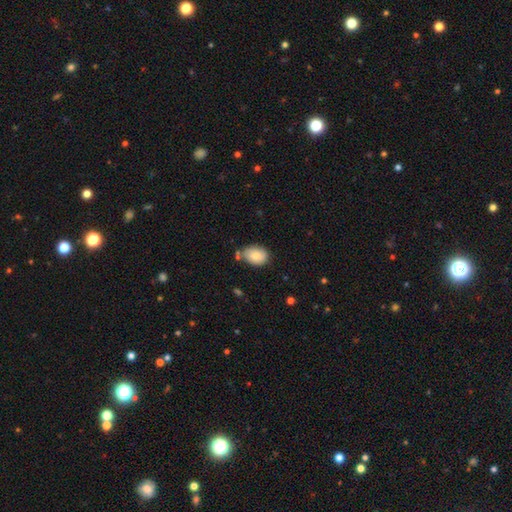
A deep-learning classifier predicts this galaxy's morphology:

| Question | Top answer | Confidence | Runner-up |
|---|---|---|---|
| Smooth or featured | smooth | 85% | featured or disk (8%) |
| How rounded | in between | 80% | round (19%) |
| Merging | none | 65% | minor disturbance (22%) |